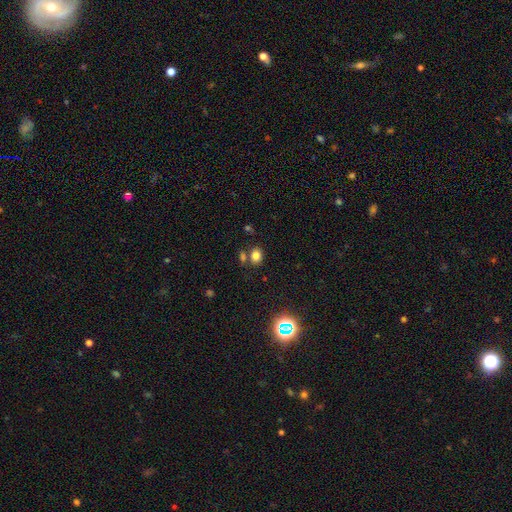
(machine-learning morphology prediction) Q: Smooth or featured?
A: smooth (78%); runner-up: star or artifact (15%)
Q: How rounded?
A: in between (55%); runner-up: round (44%)
Q: Merging?
A: none (67%); runner-up: merger (18%)